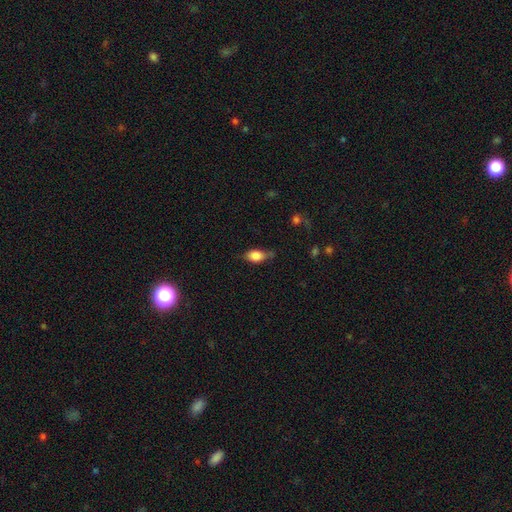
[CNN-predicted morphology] Overall: smooth (80%). How rounded: in between (86%). Merging: none (54%; minor disturbance 33%).